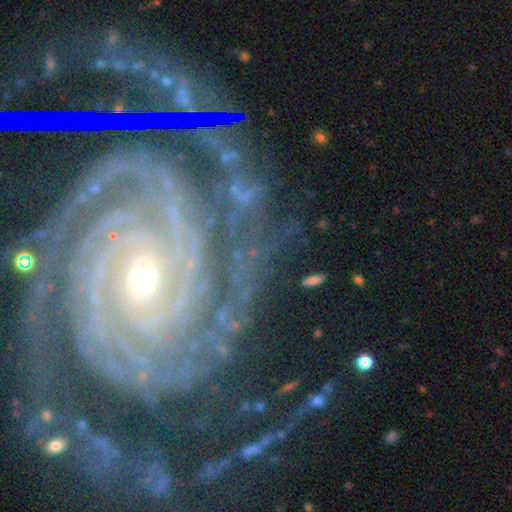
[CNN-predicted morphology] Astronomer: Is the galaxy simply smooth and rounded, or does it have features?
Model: featured or disk — 91%.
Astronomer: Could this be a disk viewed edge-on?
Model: no — 97%.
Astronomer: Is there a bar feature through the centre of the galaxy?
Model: no — 54%.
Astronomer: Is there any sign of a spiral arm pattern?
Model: yes — 99%.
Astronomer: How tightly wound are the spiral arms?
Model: tight — 84%.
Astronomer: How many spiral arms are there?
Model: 2 — 27% (runner-up: 3, 19%).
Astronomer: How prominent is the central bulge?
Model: small — 68%.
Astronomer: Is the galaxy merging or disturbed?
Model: none — 70%.